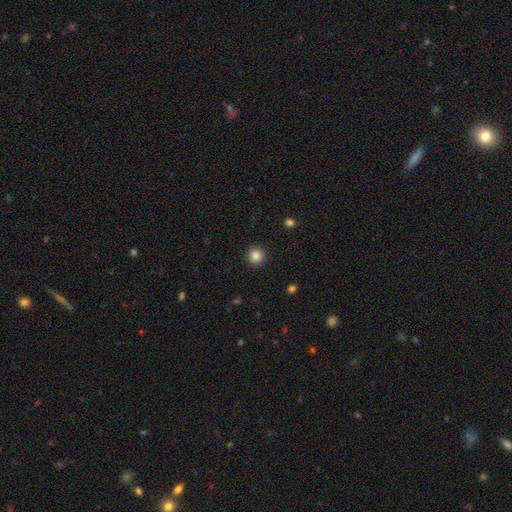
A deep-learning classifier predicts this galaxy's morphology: Smooth or featured? Predicted: smooth (p=0.86). How rounded? Predicted: round (p=0.93). Merging? Predicted: none (p=0.92).